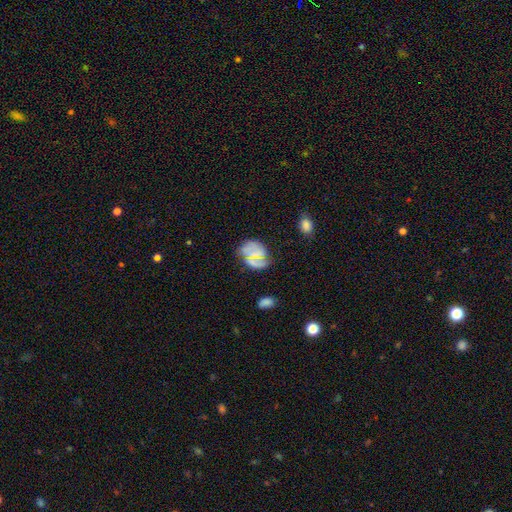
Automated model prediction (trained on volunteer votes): Morphology: type=smooth (63%); roundness=in between (65%); merging=none (70%).